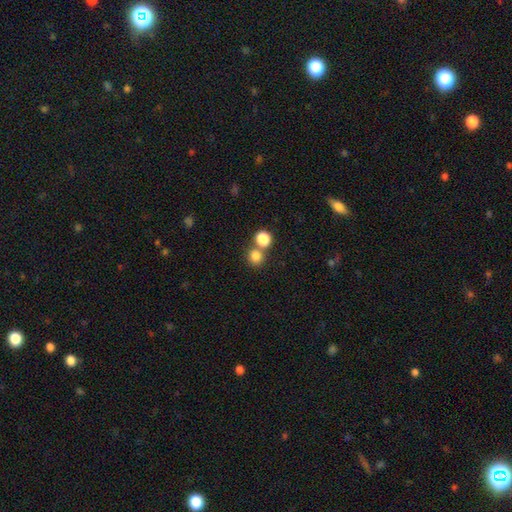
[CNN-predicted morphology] type=smooth (81%); roundness=round (87%); merging=none (60%).